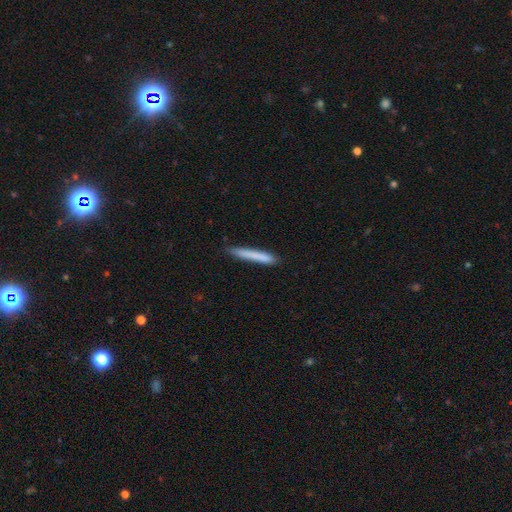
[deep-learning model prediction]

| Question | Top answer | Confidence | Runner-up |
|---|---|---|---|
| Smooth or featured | smooth | 77% | featured or disk (17%) |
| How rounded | cigar-shaped | 96% | in between (3%) |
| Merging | none | 86% | minor disturbance (11%) |